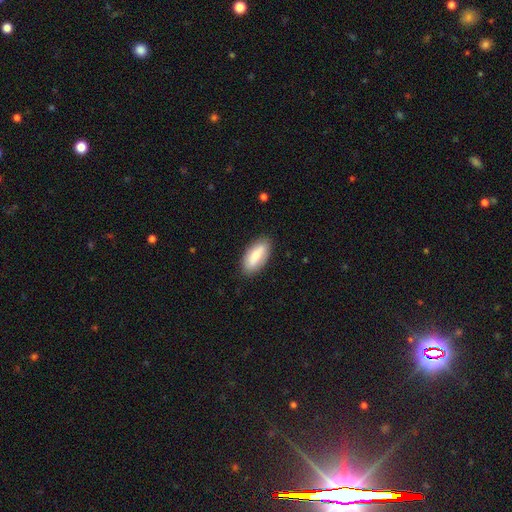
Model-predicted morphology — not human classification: smooth 79%, featured or disk 15%, star or artifact 6%. Down the decision tree: how rounded — in between (85%); merging — none (85%).